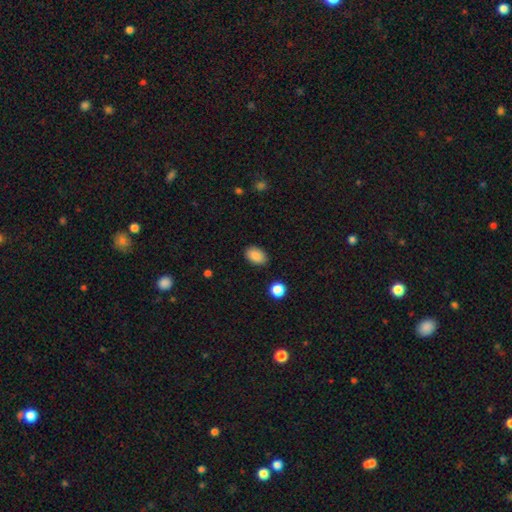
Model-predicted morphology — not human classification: smooth 88%, star or artifact 8%, featured or disk 4%. Down the decision tree: how rounded — in between (87%); merging — none (87%).